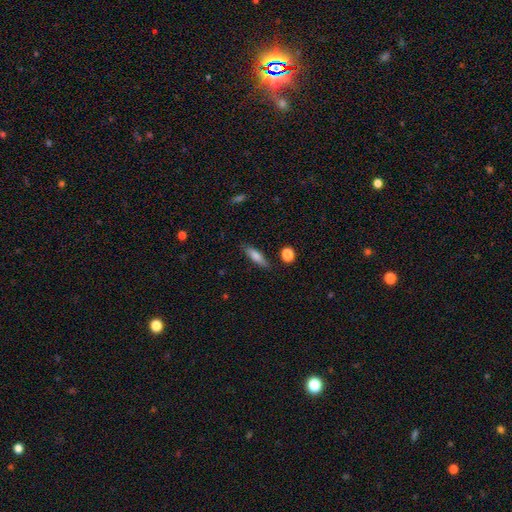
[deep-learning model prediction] Smooth or featured: smooth — 71% (featured or disk — 21%)
How rounded: cigar-shaped — 65% (in between — 32%)
Merging: none — 82% (minor disturbance — 12%)